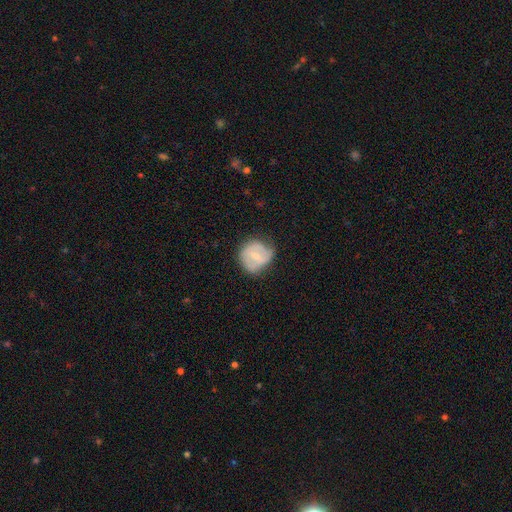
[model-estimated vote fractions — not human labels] Smooth or featured?
  - smooth: 50% *
  - featured or disk: 44%
  - star or artifact: 7%
Merging?
  - none: 54% *
  - minor disturbance: 33%
  - major disturbance: 11%
  - merger: 2%